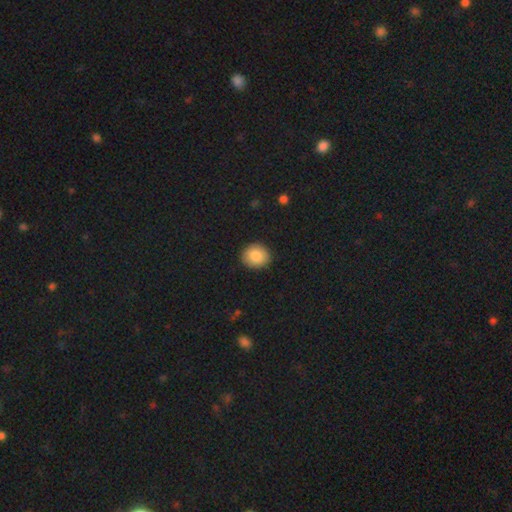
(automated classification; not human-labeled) Smooth or featured: smooth — 86% (star or artifact — 8%)
How rounded: round — 79% (in between — 20%)
Merging: none — 90% (minor disturbance — 7%)